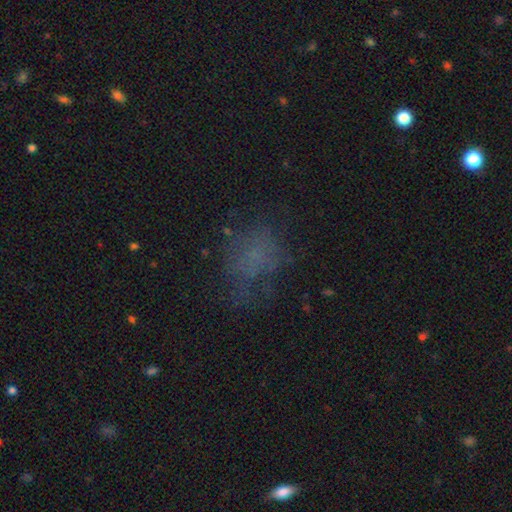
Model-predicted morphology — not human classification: A smooth galaxy with no disk features (53%) that is in between round and cigar-shaped (51%).

Vote fractions:
- Smooth or featured? smooth: 53% / star or artifact: 26% / featured or disk: 21%
- How rounded? in between: 51% / round: 47% / cigar-shaped: 2%
- Merging? none: 53% / major disturbance: 23% / minor disturbance: 21% / merger: 2%